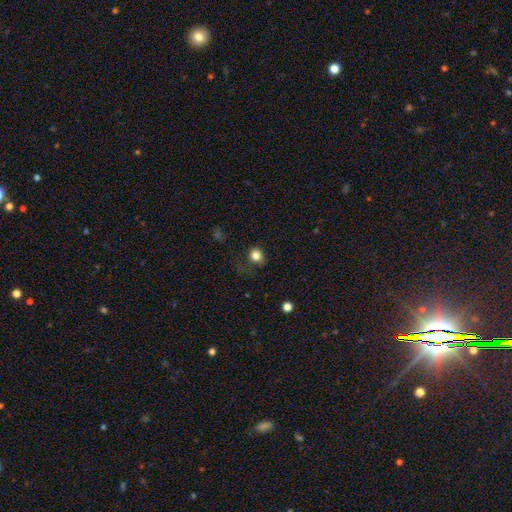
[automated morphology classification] Q: Smooth or featured?
A: smooth (83%); runner-up: star or artifact (12%)
Q: How rounded?
A: round (77%); runner-up: in between (22%)
Q: Merging?
A: none (73%); runner-up: minor disturbance (18%)